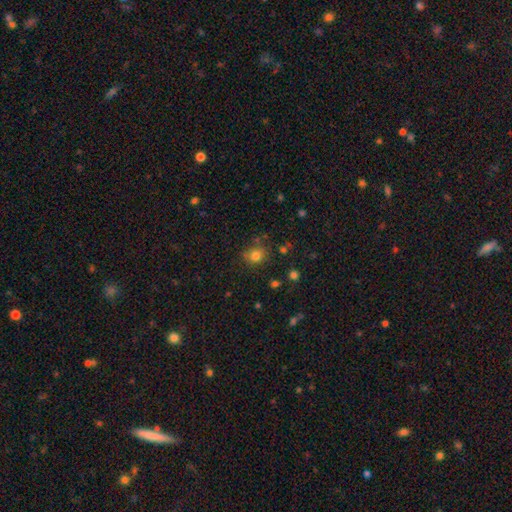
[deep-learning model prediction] Smooth or featured? Predicted: smooth (p=0.79). How rounded? Predicted: round (p=0.76). Merging? Predicted: none (p=0.74).